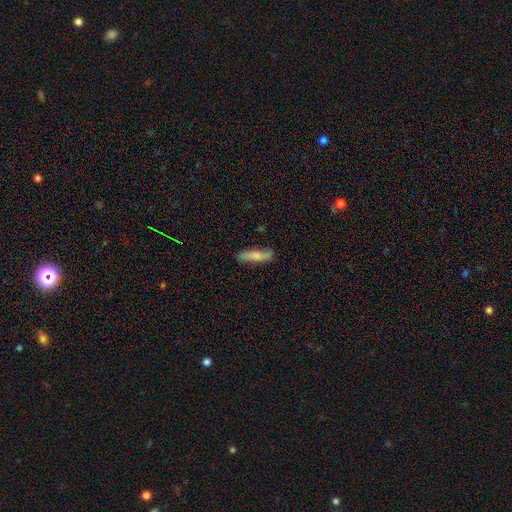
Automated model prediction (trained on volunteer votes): Smooth or featured? smooth (66%)
How rounded? cigar-shaped (76%)
Merging? none (75%)